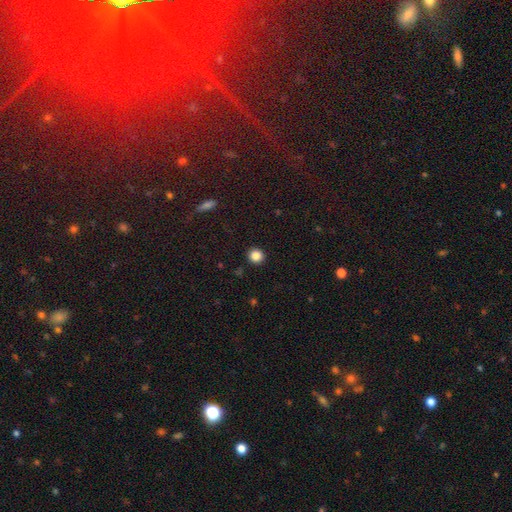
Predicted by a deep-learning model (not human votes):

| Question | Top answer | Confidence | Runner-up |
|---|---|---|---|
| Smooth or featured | smooth | 85% | star or artifact (11%) |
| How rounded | round | 91% | in between (8%) |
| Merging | none | 93% | minor disturbance (5%) |